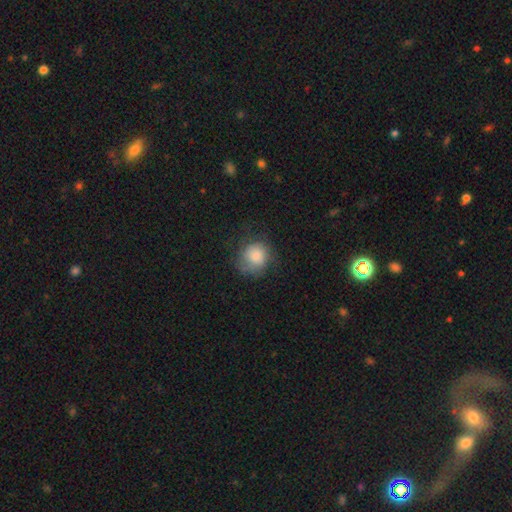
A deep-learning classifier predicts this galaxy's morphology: This is likely a smooth galaxy (76%). How rounded: clearly round (83%). Merging: possibly none (60%).